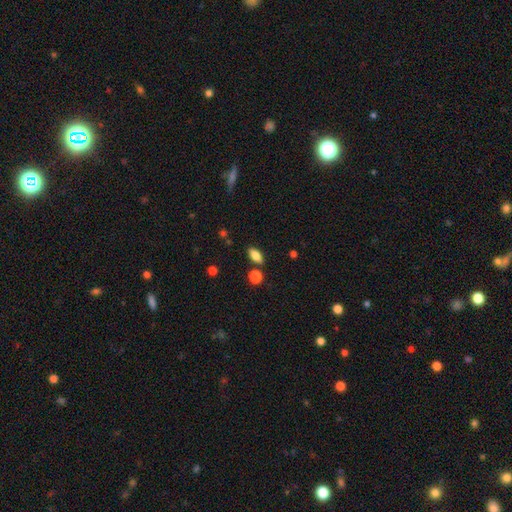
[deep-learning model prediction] Smooth or featured: smooth — 80% (featured or disk — 11%)
How rounded: in between — 83% (cigar-shaped — 11%)
Merging: none — 81% (minor disturbance — 11%)